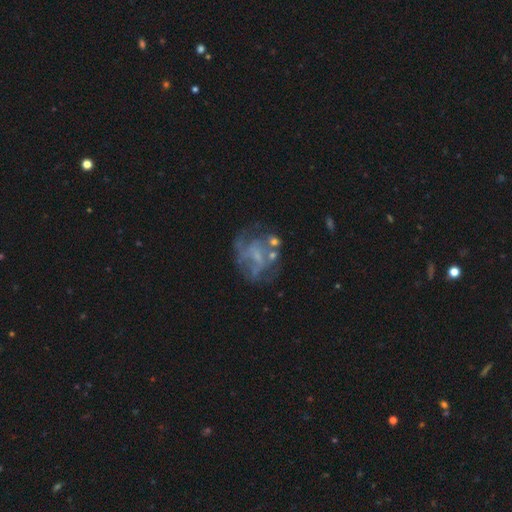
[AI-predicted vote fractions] Smooth or featured: featured or disk — 70% (smooth — 18%)
Edge-on disk: no — 98% (yes — 2%)
Bar: no — 64% (weak — 29%)
Spiral arms: yes — 53% (no — 47%)
Bulge size: none — 47% (small — 36%)
Merging: none — 48% (major disturbance — 24%)